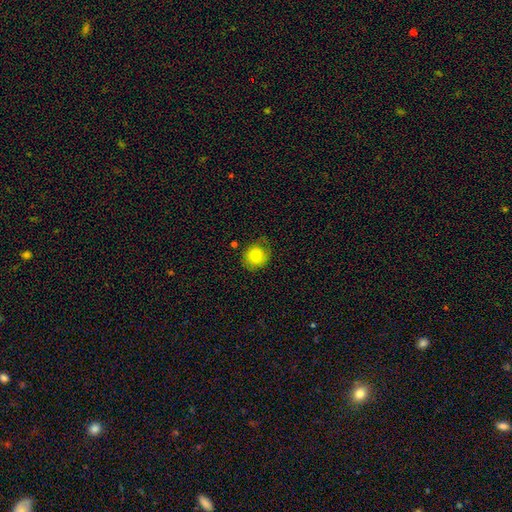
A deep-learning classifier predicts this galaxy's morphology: This is likely a smooth galaxy (76%). How rounded: clearly round (81%). Merging: likely none (68%).